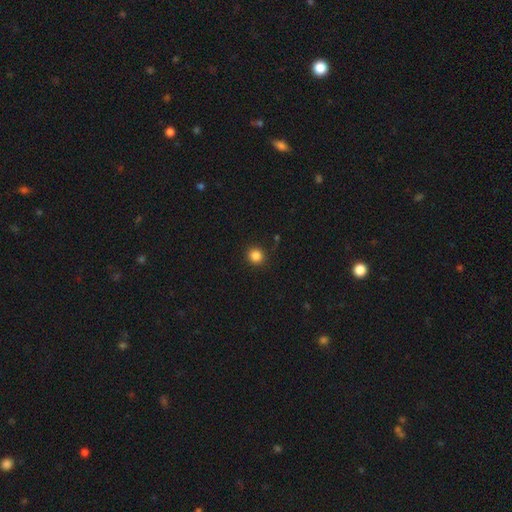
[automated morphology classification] Smooth or featured? smooth (85%)
How rounded? round (92%)
Merging? none (89%)